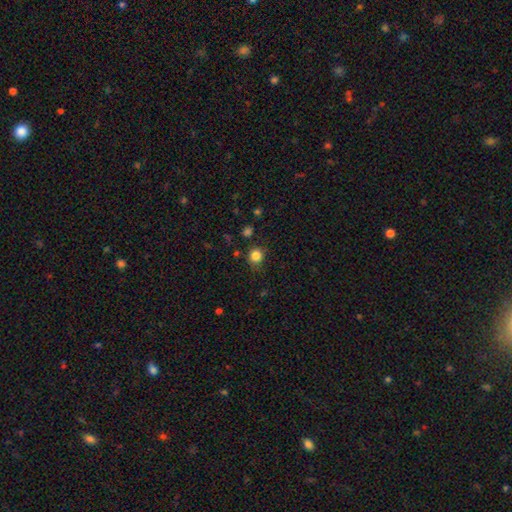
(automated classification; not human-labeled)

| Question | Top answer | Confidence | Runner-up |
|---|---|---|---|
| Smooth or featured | smooth | 83% | star or artifact (12%) |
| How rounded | round | 87% | in between (12%) |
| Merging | none | 80% | minor disturbance (13%) |